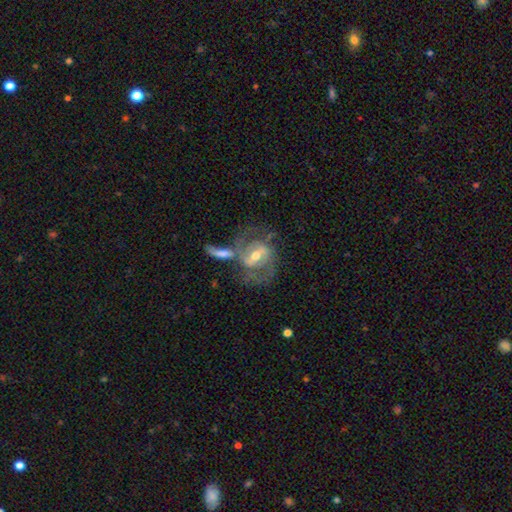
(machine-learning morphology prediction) Q: Smooth or featured?
A: featured or disk (83%); runner-up: smooth (11%)
Q: Edge-on disk?
A: no (96%); runner-up: yes (4%)
Q: Bar?
A: weak (44%); runner-up: strong (39%)
Q: Spiral arms?
A: yes (89%); runner-up: no (11%)
Q: Spiral winding?
A: medium (49%); runner-up: tight (33%)
Q: Spiral arm count?
A: 2 (70%); runner-up: can't tell (15%)
Q: Bulge size?
A: moderate (64%); runner-up: small (30%)
Q: Merging?
A: none (44%); runner-up: merger (26%)